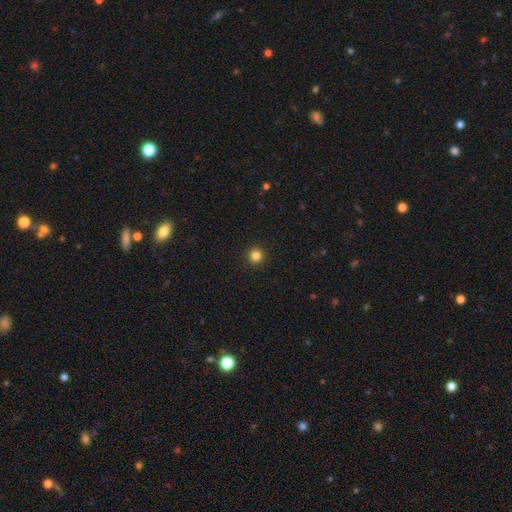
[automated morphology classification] A smooth galaxy with no disk features (84%) that is round (95%).

Vote fractions:
- Smooth or featured? smooth: 84% / star or artifact: 12% / featured or disk: 4%
- How rounded? round: 95% / in between: 4% / cigar-shaped: 1%
- Merging? none: 93% / minor disturbance: 4% / major disturbance: 2% / merger: 1%